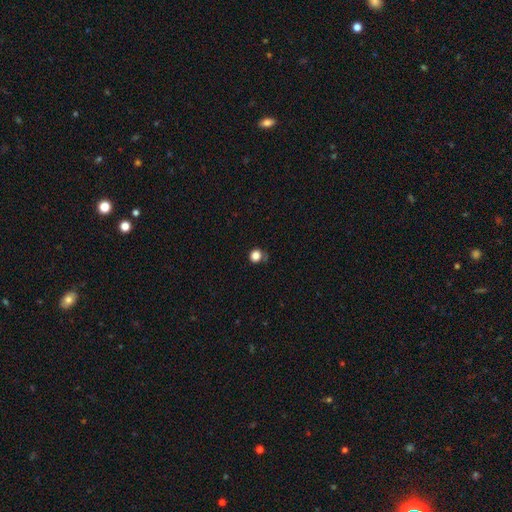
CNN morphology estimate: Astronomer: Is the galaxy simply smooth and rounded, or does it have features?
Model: smooth — 83%.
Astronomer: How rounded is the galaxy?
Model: round — 88%.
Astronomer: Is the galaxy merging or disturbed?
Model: none — 74%.